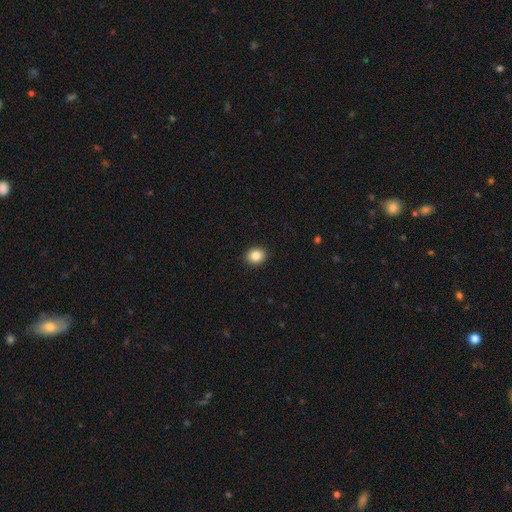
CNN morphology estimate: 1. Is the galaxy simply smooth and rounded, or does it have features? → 85% smooth, 9% star or artifact, 5% featured or disk.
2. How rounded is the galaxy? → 63% round, 36% in between, 1% cigar-shaped.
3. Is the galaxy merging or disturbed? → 92% none, 6% minor disturbance, 2% major disturbance, 1% merger.